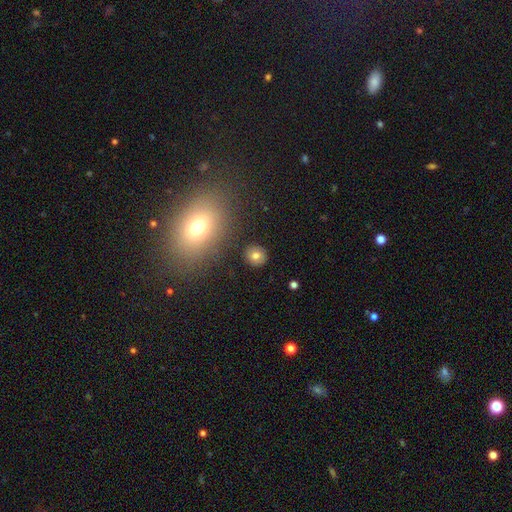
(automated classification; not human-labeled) A smooth galaxy with no disk features (79%) that is round (84%).

Vote fractions:
- Smooth or featured? smooth: 79% / star or artifact: 11% / featured or disk: 10%
- How rounded? round: 84% / in between: 14% / cigar-shaped: 1%
- Merging? none: 89% / minor disturbance: 6% / major disturbance: 2% / merger: 2%